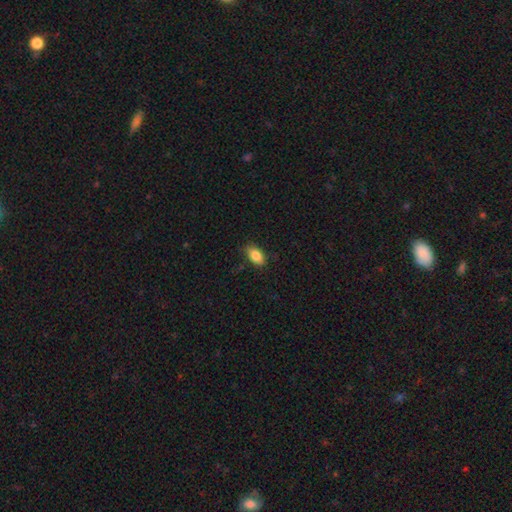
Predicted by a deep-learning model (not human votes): smooth 84%, star or artifact 8%, featured or disk 8%. Down the decision tree: how rounded — in between (90%); merging — none (81%).